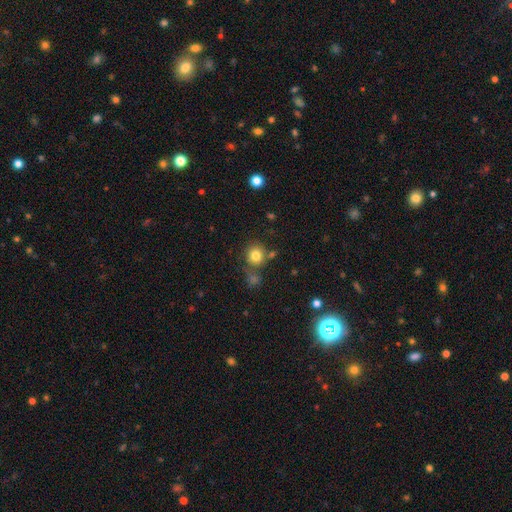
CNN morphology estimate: Smooth or featured? Predicted: smooth (p=0.80). How rounded? Predicted: round (p=0.87). Merging? Predicted: none (p=0.69).